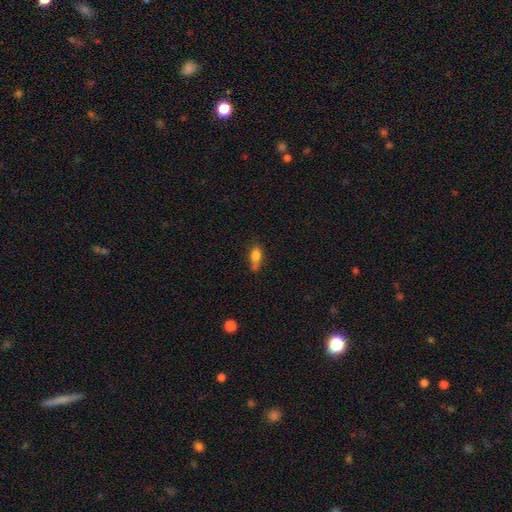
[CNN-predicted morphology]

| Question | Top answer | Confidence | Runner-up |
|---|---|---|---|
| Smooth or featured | smooth | 79% | featured or disk (11%) |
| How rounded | in between | 77% | cigar-shaped (17%) |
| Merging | none | 51% | minor disturbance (34%) |